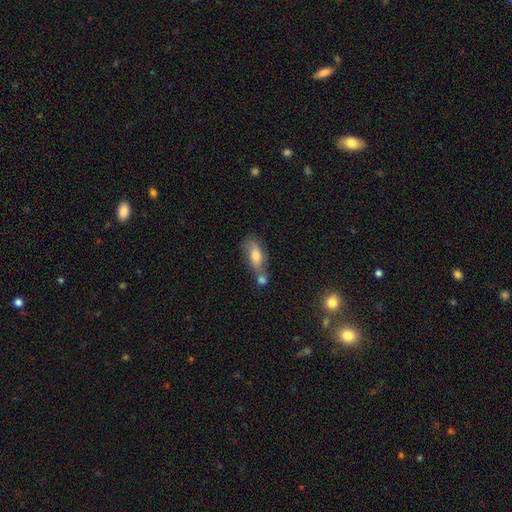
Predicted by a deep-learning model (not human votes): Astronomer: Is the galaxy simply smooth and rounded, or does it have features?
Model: smooth — 61%.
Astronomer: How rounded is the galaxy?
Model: in between — 75%.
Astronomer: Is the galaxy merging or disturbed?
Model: none — 42% (runner-up: merger, 35%).